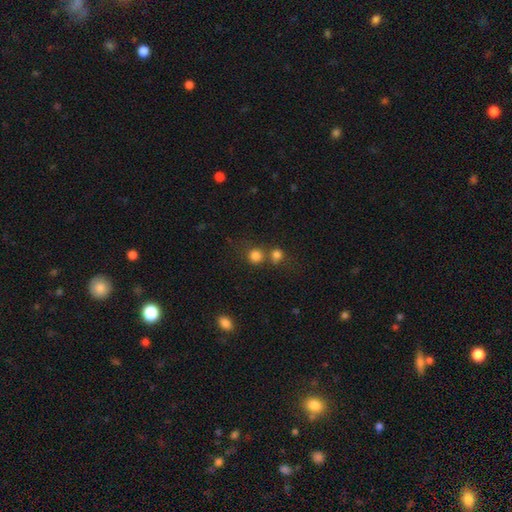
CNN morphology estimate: Smooth or featured? Predicted: smooth (p=0.80). How rounded? Predicted: round (p=0.90). Merging? Predicted: none (p=0.58).